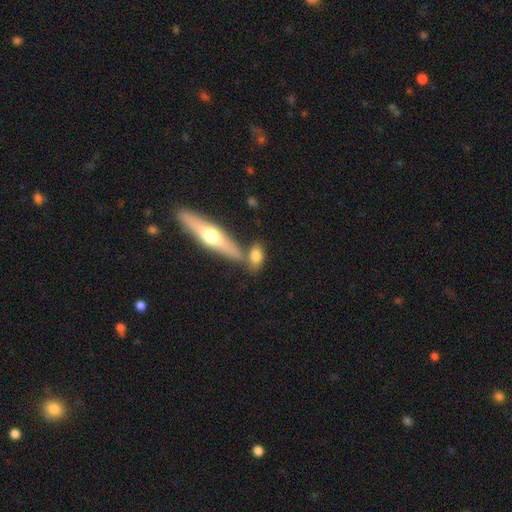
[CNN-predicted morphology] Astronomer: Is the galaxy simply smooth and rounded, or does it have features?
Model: smooth — 72%.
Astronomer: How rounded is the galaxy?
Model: in between — 70%.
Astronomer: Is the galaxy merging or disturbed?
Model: none — 55%.